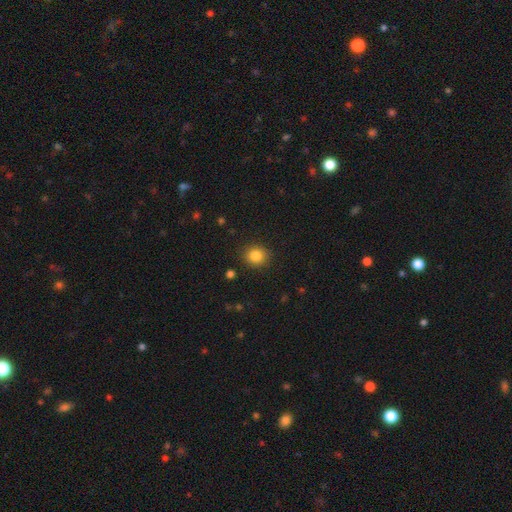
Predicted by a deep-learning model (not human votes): smooth_or_featured: smooth (p=0.84) [alt: star or artifact p=0.11]
how_rounded: round (p=0.83) [alt: in between p=0.16]
merging: none (p=0.89) [alt: minor disturbance p=0.07]